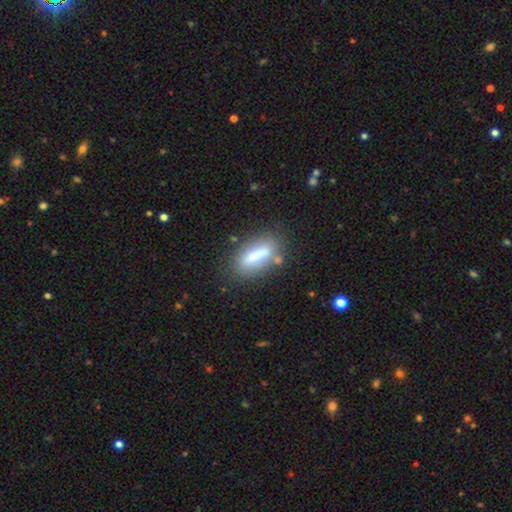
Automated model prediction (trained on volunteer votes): Smooth or featured?
  - smooth: 66% *
  - featured or disk: 25%
  - star or artifact: 9%
How rounded?
  - in between: 66% *
  - cigar-shaped: 31%
  - round: 3%
Merging?
  - none: 67% *
  - minor disturbance: 16%
  - merger: 10%
  - major disturbance: 6%